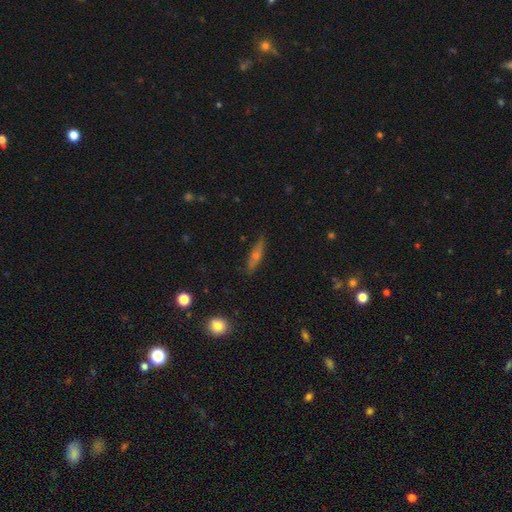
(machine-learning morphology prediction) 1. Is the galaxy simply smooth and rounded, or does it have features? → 49% featured or disk, 42% smooth, 10% star or artifact.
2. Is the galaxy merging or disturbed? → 86% none, 11% minor disturbance, 2% major disturbance, 1% merger.